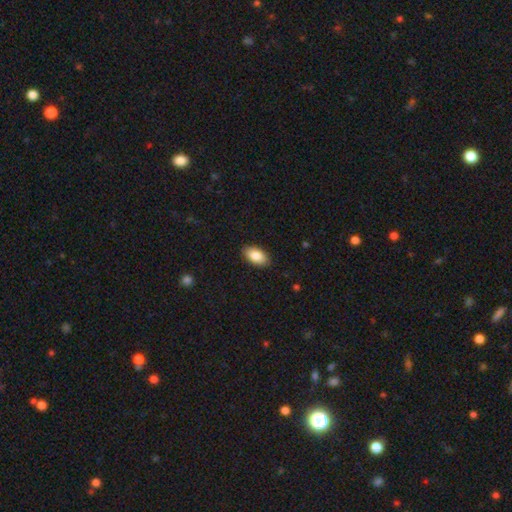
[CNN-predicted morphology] A smooth galaxy with no disk features (86%) that is in between round and cigar-shaped (94%). Merging: none (88%).